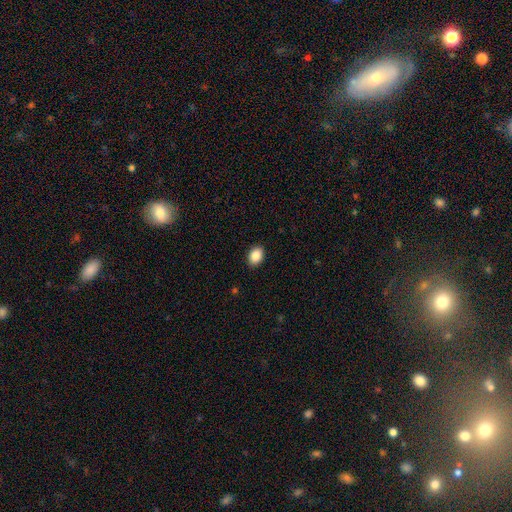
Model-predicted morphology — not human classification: Smooth or featured: smooth — 87% (star or artifact — 8%)
How rounded: in between — 74% (round — 25%)
Merging: none — 90% (minor disturbance — 7%)